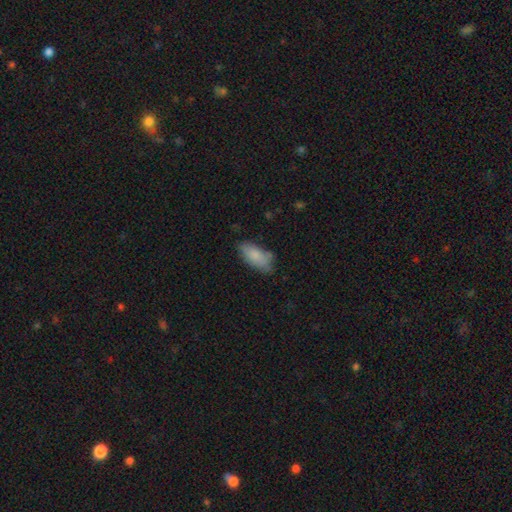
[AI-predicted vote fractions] Smooth or featured?
  - smooth: 84% *
  - featured or disk: 10%
  - star or artifact: 7%
How rounded?
  - in between: 87% *
  - cigar-shaped: 11%
  - round: 2%
Merging?
  - none: 66% *
  - minor disturbance: 25%
  - major disturbance: 6%
  - merger: 4%